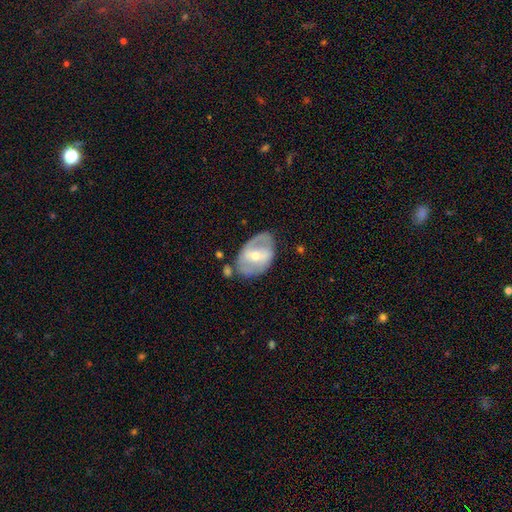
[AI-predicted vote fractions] Smooth or featured? featured or disk (66%)
Edge-on disk? no (94%)
Bar? weak (39%)
Spiral arms? yes (55%)
Bulge size? moderate (54%)
Merging? none (66%)